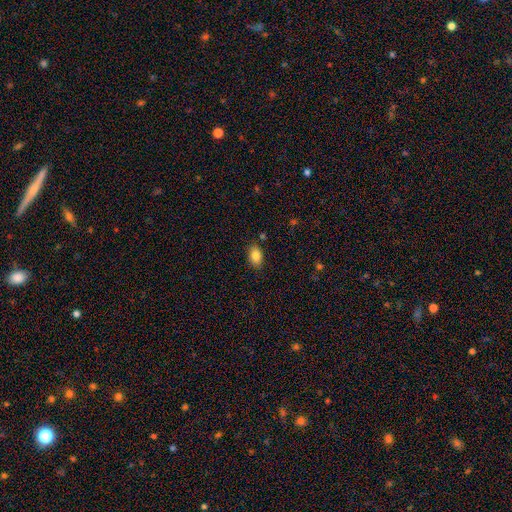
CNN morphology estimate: smooth_or_featured: smooth (p=0.84) [alt: star or artifact p=0.08]
how_rounded: in between (p=0.87) [alt: round p=0.11]
merging: none (p=0.84) [alt: minor disturbance p=0.11]